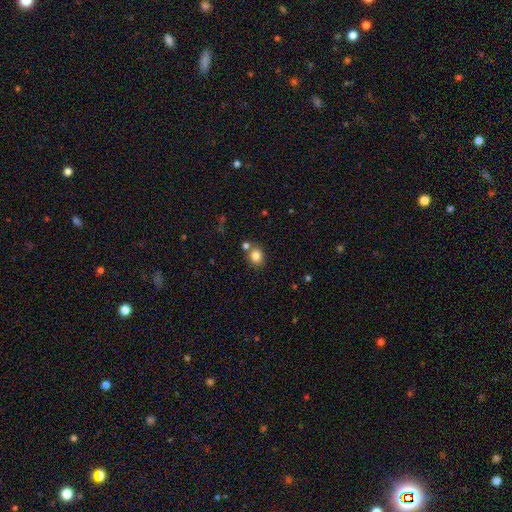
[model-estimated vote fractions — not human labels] smooth-or-featured: smooth: 82% | star or artifact: 11% | featured or disk: 7%
  how-rounded: round: 70% | in between: 29% | cigar-shaped: 1%
  merging: none: 73% | merger: 14% | minor disturbance: 10% | major disturbance: 3%